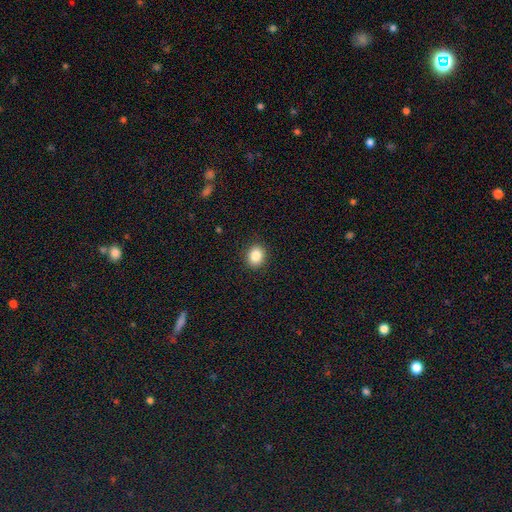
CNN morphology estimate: smooth-or-featured: smooth: 85% | star or artifact: 10% | featured or disk: 5%
  how-rounded: round: 66% | in between: 33% | cigar-shaped: 1%
  merging: none: 91% | minor disturbance: 6% | major disturbance: 2% | merger: 1%